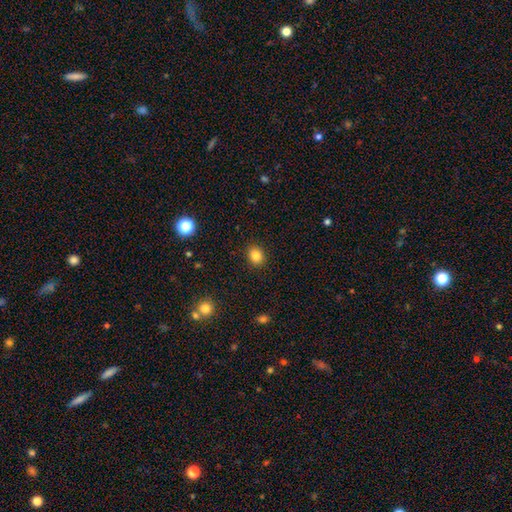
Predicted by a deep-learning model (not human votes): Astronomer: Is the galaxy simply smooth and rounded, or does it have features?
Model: smooth — 84%.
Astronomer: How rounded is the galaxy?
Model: round — 61% (runner-up: in between, 39%).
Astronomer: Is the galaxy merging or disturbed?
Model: none — 90%.